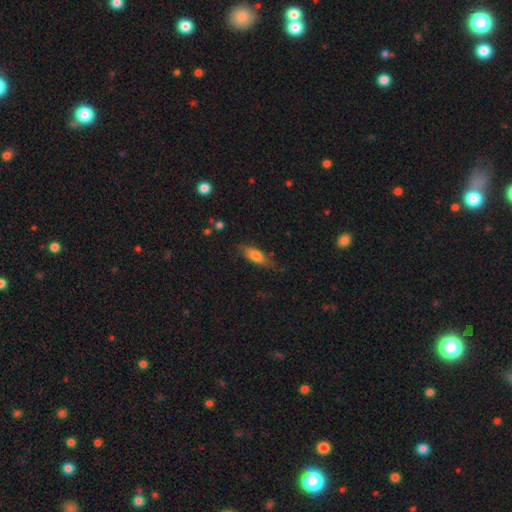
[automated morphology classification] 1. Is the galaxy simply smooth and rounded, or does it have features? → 66% smooth, 27% featured or disk, 7% star or artifact.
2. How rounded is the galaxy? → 54% in between, 43% cigar-shaped, 3% round.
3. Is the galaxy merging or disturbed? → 70% none, 23% minor disturbance, 6% major disturbance, 2% merger.